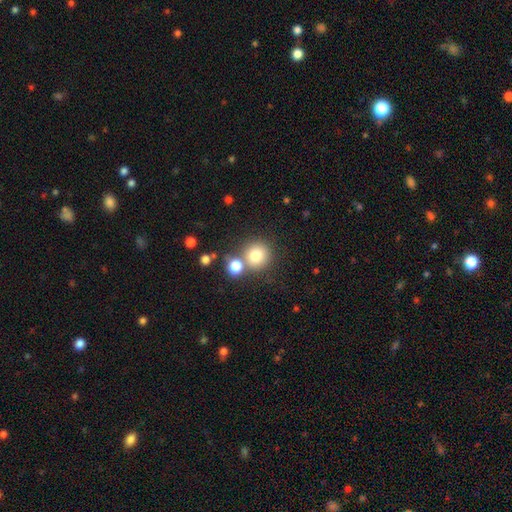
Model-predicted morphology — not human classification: smooth 78%, star or artifact 12%, featured or disk 10%. Down the decision tree: how rounded — round (91%); merging — none (64%).